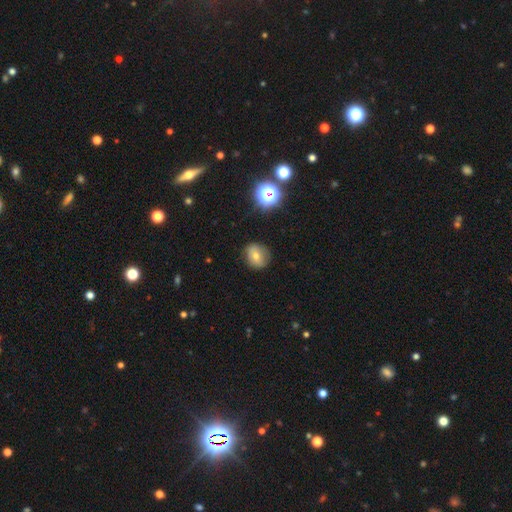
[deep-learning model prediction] The model was most divided on "how rounded": round: 70%, in between: 29%, cigar-shaped: 1%. More confident: merging — none (81%); smooth or featured — smooth (66%).